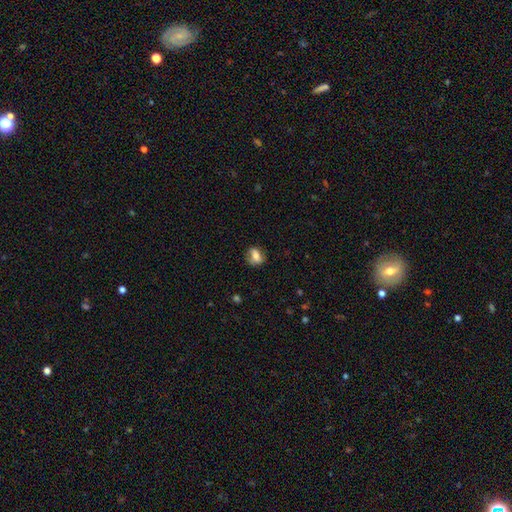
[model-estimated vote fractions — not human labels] Overall: smooth (64%; featured or disk 27%). How rounded: in between (55%; round 42%). Merging: none (71%).